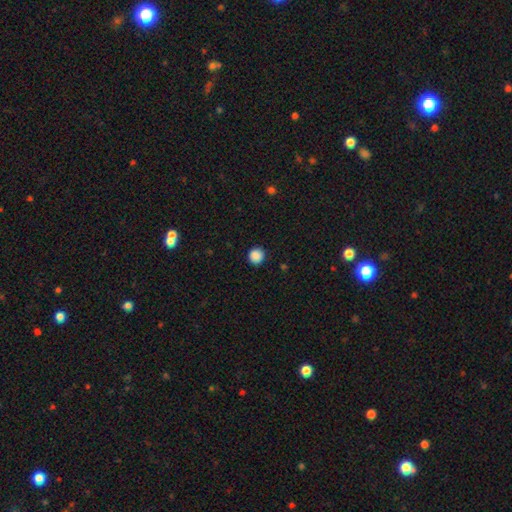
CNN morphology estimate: Smooth or featured? smooth (88%)
How rounded? round (93%)
Merging? none (90%)